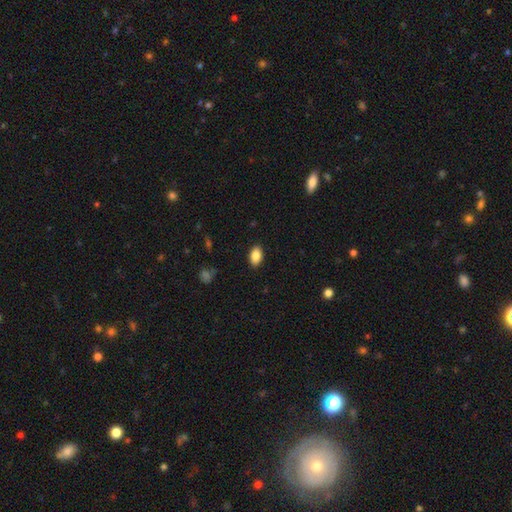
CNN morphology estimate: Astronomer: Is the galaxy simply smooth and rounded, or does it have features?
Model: smooth — 86%.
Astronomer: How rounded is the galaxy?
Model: in between — 92%.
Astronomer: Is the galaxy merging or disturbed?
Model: none — 88%.